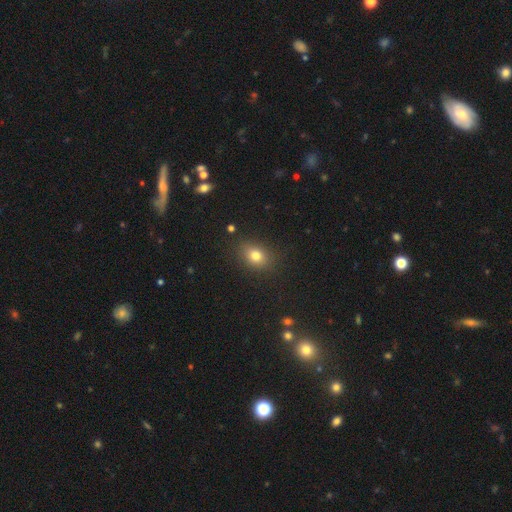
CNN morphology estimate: Overall: smooth (78%). How rounded: in between (59%; round 40%). Merging: none (84%).